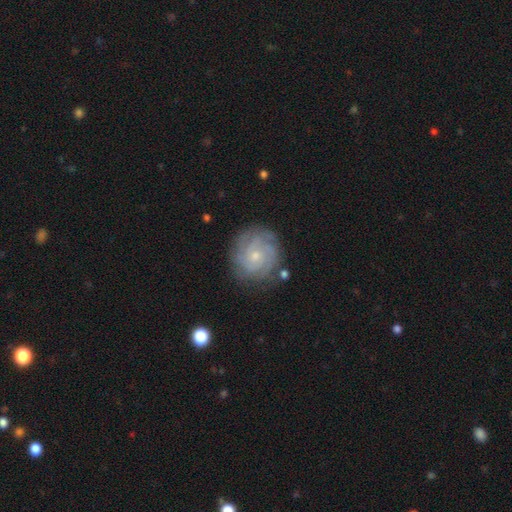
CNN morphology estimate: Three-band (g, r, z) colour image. It shows a featured or disk galaxy (76%) with no bar (76%), tight (73%) spiral arms (94%) and a small central bulge (67%). Merging: none (81%).